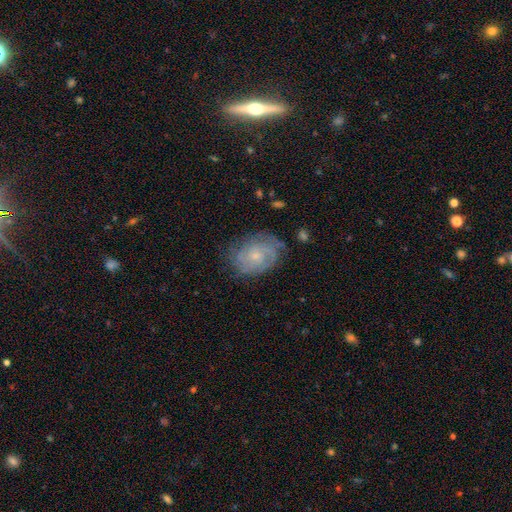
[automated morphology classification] smooth_or_featured: featured or disk (p=0.72) [alt: smooth p=0.20]
disk_edge_on: no (p=0.97) [alt: yes p=0.03]
bar: no (p=0.75) [alt: weak p=0.22]
has_spiral_arms: yes (p=0.91) [alt: no p=0.09]
spiral_winding: tight (p=0.64) [alt: medium p=0.28]
spiral_arm_count: can't tell (p=0.39) [alt: 2 p=0.26]
bulge_size: small (p=0.69) [alt: moderate p=0.24]
merging: none (p=0.72) [alt: minor disturbance p=0.20]